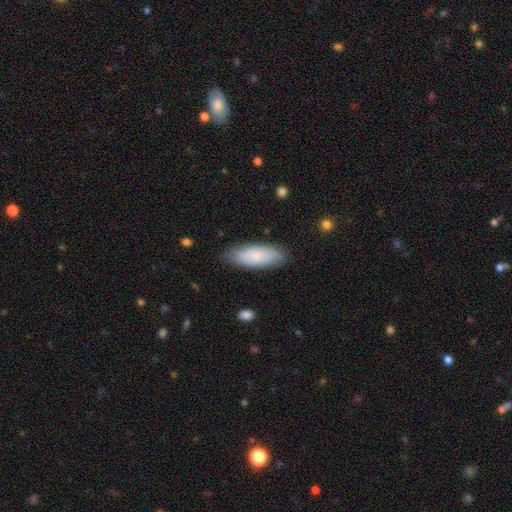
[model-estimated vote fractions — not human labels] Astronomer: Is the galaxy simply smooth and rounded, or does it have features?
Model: smooth — 76%.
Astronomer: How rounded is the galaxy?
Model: in between — 73%.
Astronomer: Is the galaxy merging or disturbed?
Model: none — 80%.